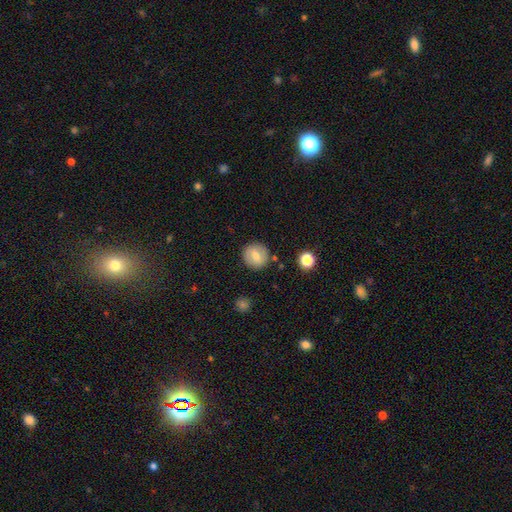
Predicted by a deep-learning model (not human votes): Smooth or featured: smooth — 68% (featured or disk — 23%)
How rounded: round — 92% (in between — 7%)
Merging: none — 87% (minor disturbance — 8%)